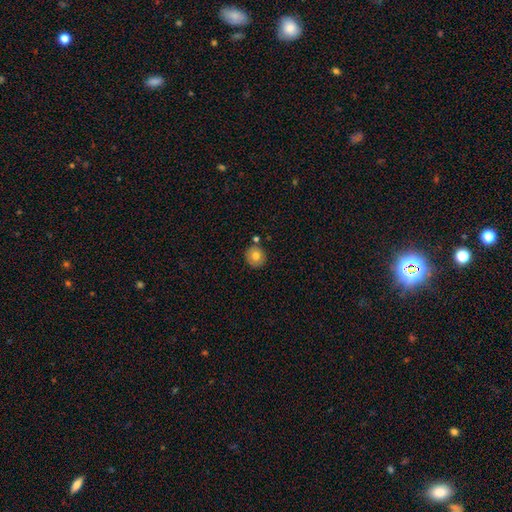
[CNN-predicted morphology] smooth_or_featured: smooth (p=0.78) [alt: featured or disk p=0.12]
how_rounded: round (p=0.91) [alt: in between p=0.08]
merging: none (p=0.82) [alt: minor disturbance p=0.08]